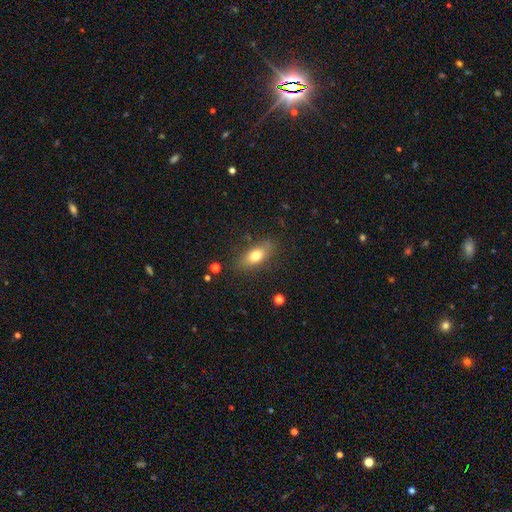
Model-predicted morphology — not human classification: smooth_or_featured: smooth (p=0.74) [alt: featured or disk p=0.17]
how_rounded: in between (p=0.82) [alt: cigar-shaped p=0.12]
merging: none (p=0.80) [alt: minor disturbance p=0.14]